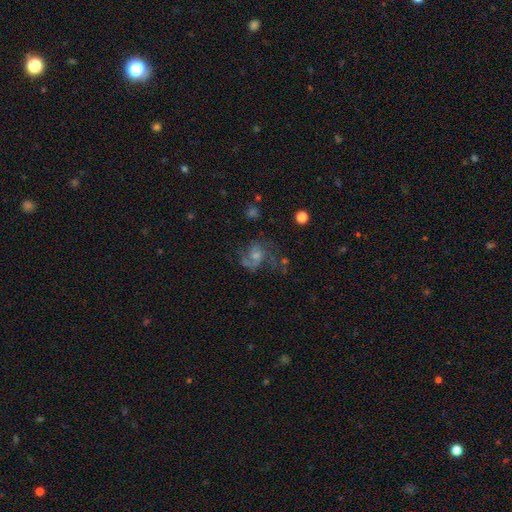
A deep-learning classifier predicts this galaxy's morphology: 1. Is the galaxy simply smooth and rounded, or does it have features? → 65% featured or disk, 18% star or artifact, 17% smooth.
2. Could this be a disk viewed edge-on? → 97% no, 3% yes.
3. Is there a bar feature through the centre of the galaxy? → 70% no, 26% weak, 4% strong.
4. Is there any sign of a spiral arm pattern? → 85% yes, 15% no.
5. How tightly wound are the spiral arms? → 47% medium, 36% loose, 17% tight.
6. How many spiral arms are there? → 50% 2, 18% can't tell, 13% 3, 11% 1, 4% 4, 3% more than 4.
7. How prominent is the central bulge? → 43% moderate, 41% small, 8% none, 5% large, 2% dominant.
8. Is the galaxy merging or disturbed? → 51% none, 26% major disturbance, 19% minor disturbance, 5% merger.